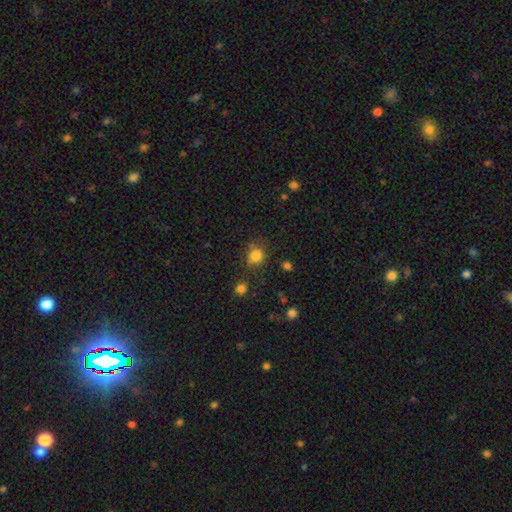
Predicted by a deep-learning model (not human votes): Q: Smooth or featured?
A: smooth (82%); runner-up: star or artifact (13%)
Q: How rounded?
A: round (75%); runner-up: in between (24%)
Q: Merging?
A: none (73%); runner-up: minor disturbance (16%)